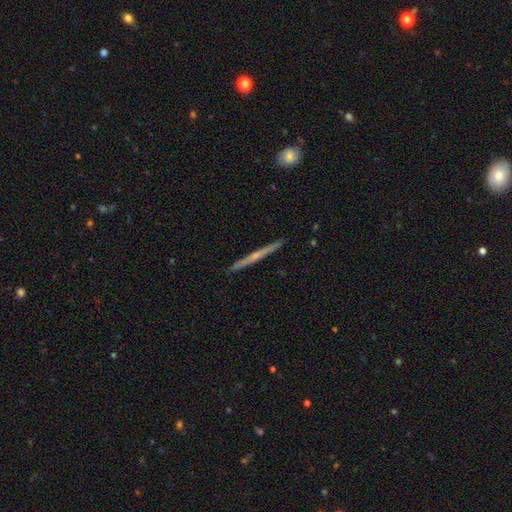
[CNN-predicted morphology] smooth-or-featured: featured or disk: 71% | smooth: 23% | star or artifact: 5%
  disk-edge-on: yes: 98% | no: 2%
    edge-on-bulge: rounded: 54% | none: 41% | boxy: 5%
  merging: none: 92% | minor disturbance: 5% | major disturbance: 1% | merger: 1%